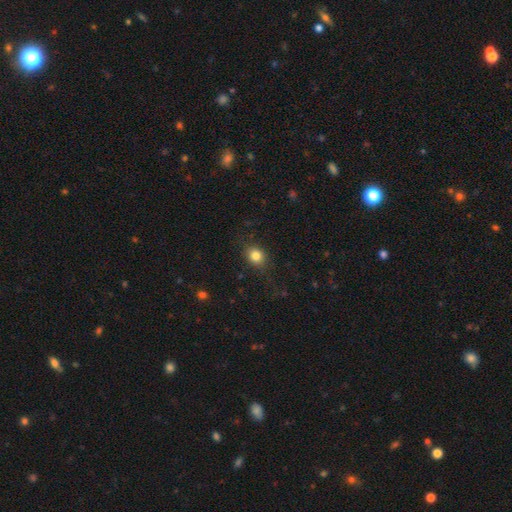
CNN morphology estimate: Q: Smooth or featured?
A: smooth (82%); runner-up: star or artifact (11%)
Q: How rounded?
A: round (61%); runner-up: in between (38%)
Q: Merging?
A: none (81%); runner-up: minor disturbance (13%)